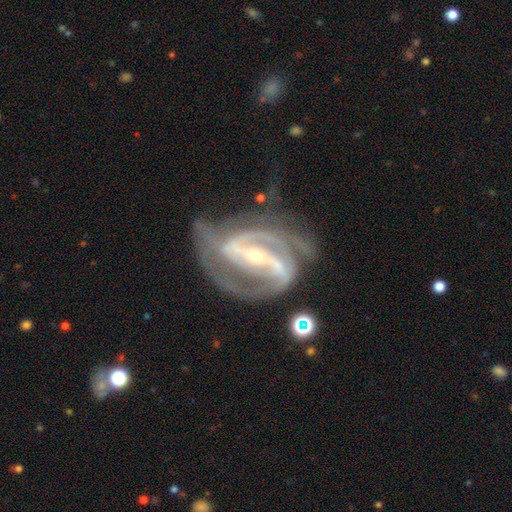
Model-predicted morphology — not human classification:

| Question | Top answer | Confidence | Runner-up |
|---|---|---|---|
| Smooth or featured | featured or disk | 92% | star or artifact (5%) |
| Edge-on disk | no | 96% | yes (4%) |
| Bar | strong | 73% | weak (19%) |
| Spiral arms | yes | 98% | no (2%) |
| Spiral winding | medium | 49% | tight (41%) |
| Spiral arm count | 2 | 65% | 3 (18%) |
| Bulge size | small | 73% | moderate (24%) |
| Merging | none | 59% | minor disturbance (21%) |